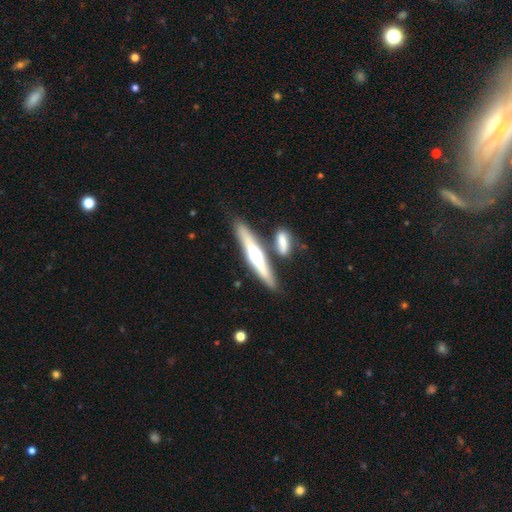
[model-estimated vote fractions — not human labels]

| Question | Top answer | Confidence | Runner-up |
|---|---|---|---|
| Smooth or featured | featured or disk | 59% | smooth (35%) |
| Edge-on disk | yes | 93% | no (7%) |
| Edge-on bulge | rounded | 85% | none (8%) |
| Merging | none | 76% | merger (11%) |